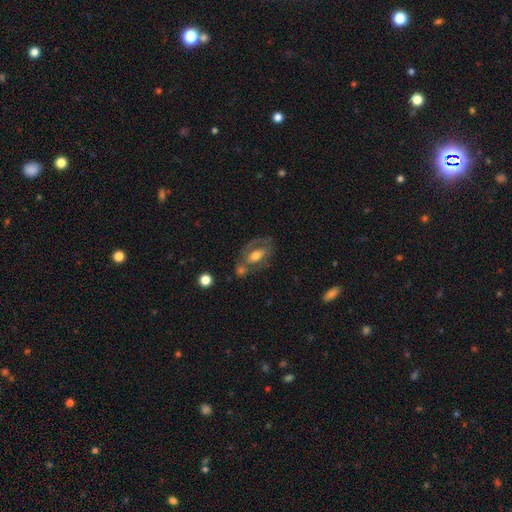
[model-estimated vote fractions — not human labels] Smooth or featured?
  - featured or disk: 52% *
  - smooth: 40%
  - star or artifact: 8%
Edge-on disk?
  - no: 88% *
  - yes: 12%
Merging?
  - none: 43% *
  - merger: 24%
  - minor disturbance: 18%
  - major disturbance: 15%